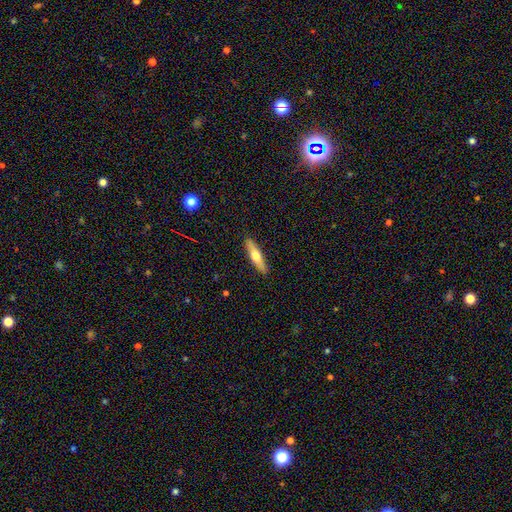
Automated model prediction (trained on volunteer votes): The model was most divided on "smooth or featured": smooth: 53%, featured or disk: 41%, star or artifact: 6%. More confident: merging — none (90%); how rounded — cigar-shaped (78%).